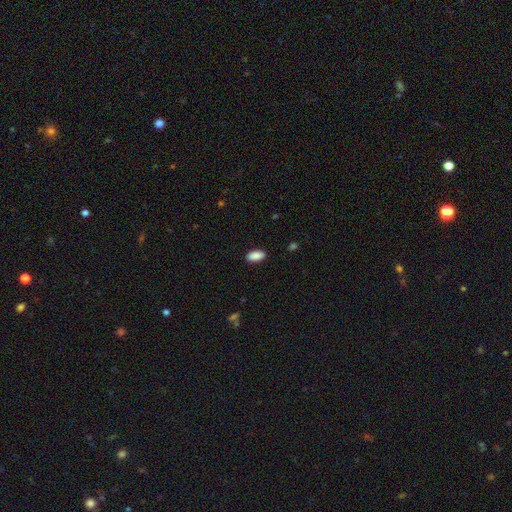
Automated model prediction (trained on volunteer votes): This is clearly a smooth galaxy (90%). How rounded: clearly in between (92%). Merging: clearly none (89%).